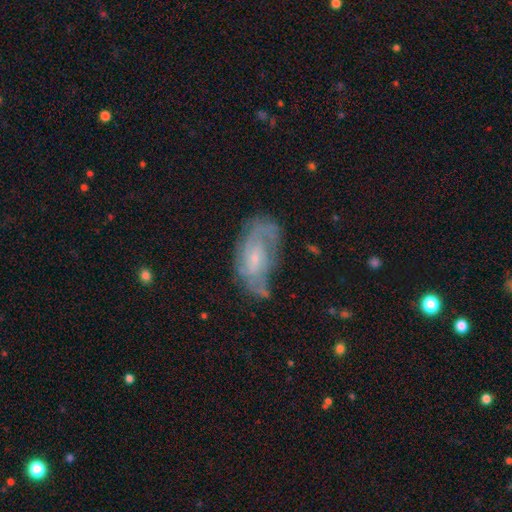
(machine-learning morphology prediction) Q: Smooth or featured?
A: featured or disk (72%); runner-up: smooth (21%)
Q: Edge-on disk?
A: no (96%); runner-up: yes (4%)
Q: Bar?
A: no (51%); runner-up: weak (41%)
Q: Spiral arms?
A: yes (83%); runner-up: no (17%)
Q: Spiral winding?
A: tight (42%); runner-up: medium (41%)
Q: Spiral arm count?
A: 2 (38%); runner-up: can't tell (37%)
Q: Bulge size?
A: small (72%); runner-up: moderate (19%)
Q: Merging?
A: none (49%); runner-up: minor disturbance (28%)